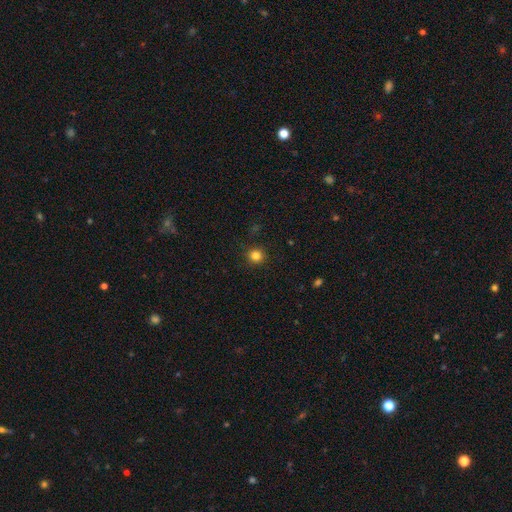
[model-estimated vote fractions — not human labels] smooth_or_featured: smooth (p=0.83) [alt: star or artifact p=0.13]
how_rounded: round (p=0.94) [alt: in between p=0.05]
merging: none (p=0.91) [alt: minor disturbance p=0.06]